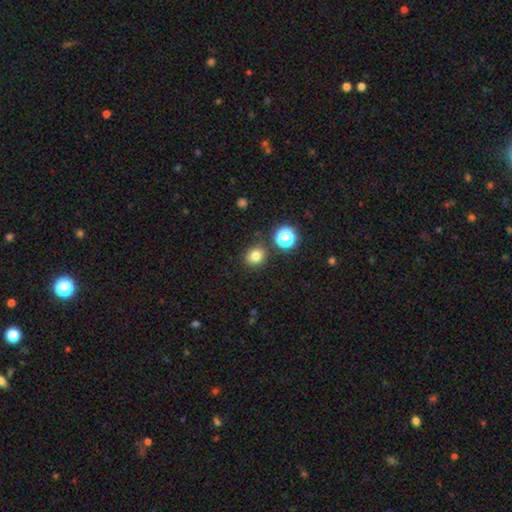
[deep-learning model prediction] Q: Smooth or featured?
A: smooth (79%); runner-up: star or artifact (15%)
Q: How rounded?
A: round (73%); runner-up: in between (26%)
Q: Merging?
A: none (82%); runner-up: minor disturbance (10%)